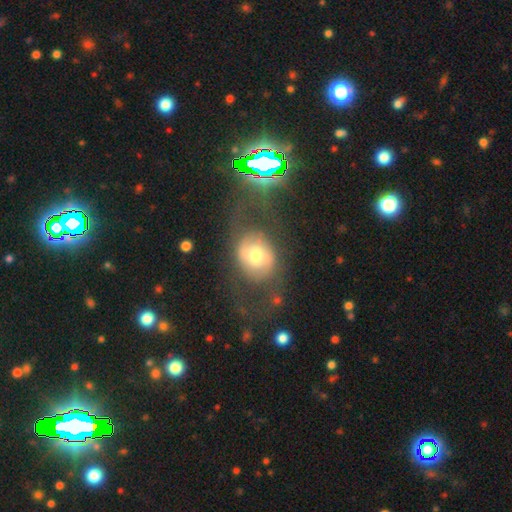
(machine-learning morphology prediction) Q: Smooth or featured?
A: smooth (47%); runner-up: featured or disk (42%)
Q: Merging?
A: none (57%); runner-up: major disturbance (22%)